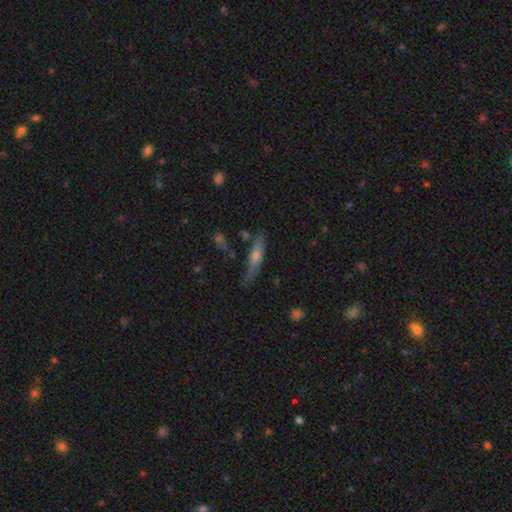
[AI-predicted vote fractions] smooth-or-featured: smooth: 48% | featured or disk: 44% | star or artifact: 8%
  merging: none: 68% | minor disturbance: 22% | major disturbance: 6% | merger: 4%